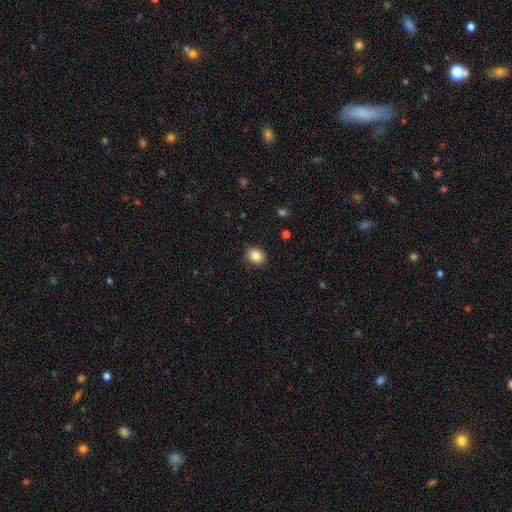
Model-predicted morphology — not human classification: The model was most divided on "how rounded": round: 53%, in between: 46%, cigar-shaped: 1%. More confident: merging — none (88%); smooth or featured — smooth (85%).